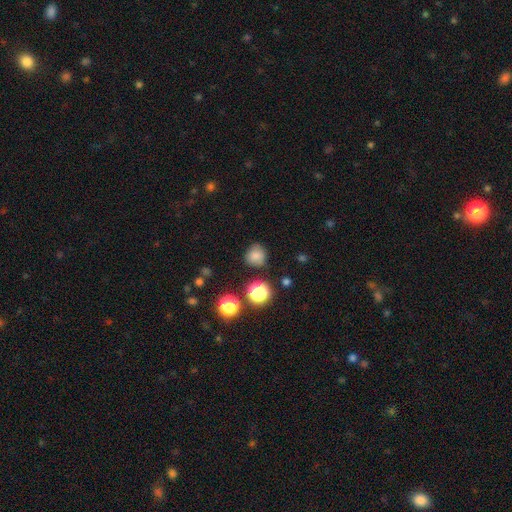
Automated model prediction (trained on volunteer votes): Smooth or featured? Predicted: smooth (p=0.79). How rounded? Predicted: round (p=0.88). Merging? Predicted: none (p=0.79).